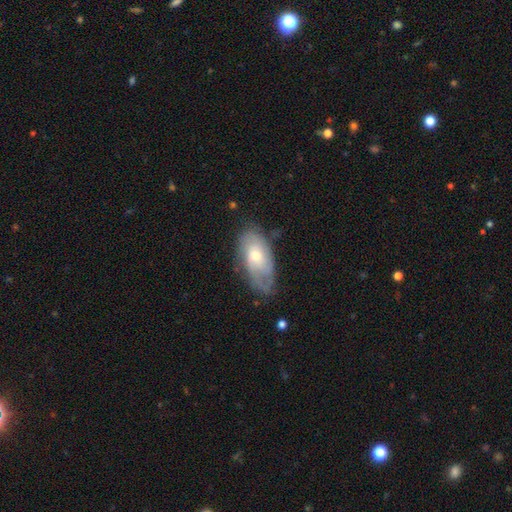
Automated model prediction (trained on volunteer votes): Smooth or featured? featured or disk (58%)
Edge-on disk? no (91%)
Bar? no (71%)
Spiral arms? yes (80%)
Bulge size? moderate (54%)
Merging? none (58%)